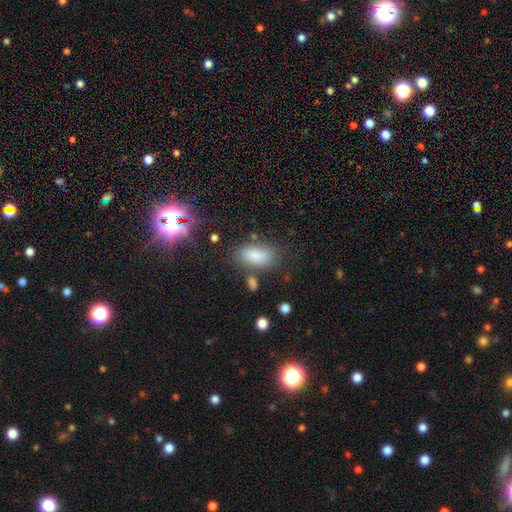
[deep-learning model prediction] smooth 81%, star or artifact 10%, featured or disk 10%. Down the decision tree: how rounded — in between (89%); merging — none (70%).